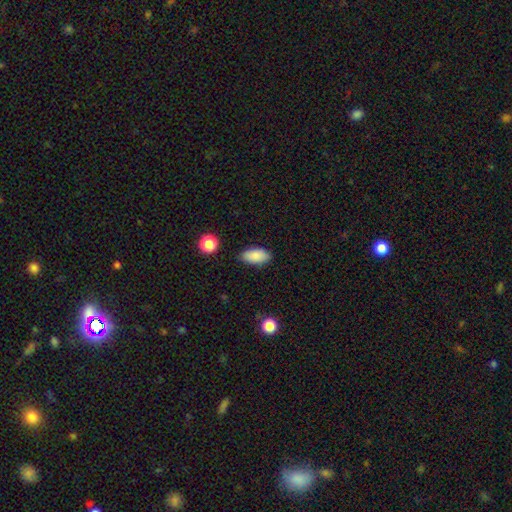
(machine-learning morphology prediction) Q: Smooth or featured?
A: smooth (86%); runner-up: star or artifact (8%)
Q: How rounded?
A: in between (92%); runner-up: cigar-shaped (5%)
Q: Merging?
A: none (84%); runner-up: minor disturbance (12%)